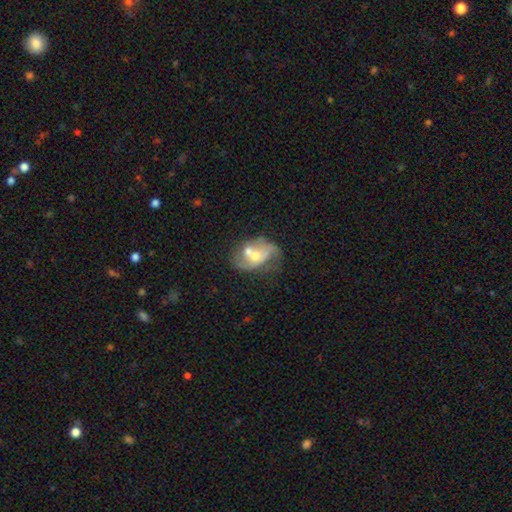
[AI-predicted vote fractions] Morphology: type=featured or disk (63%); edge-on=no (96%); bar=no (68%); spiral arms=yes (61%); bulge=moderate (62%); merging=merger (39%).